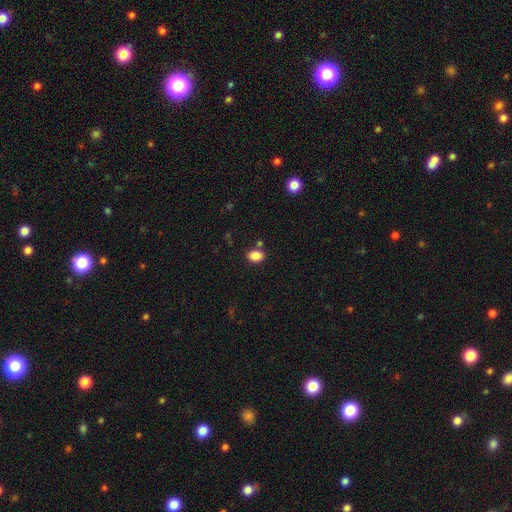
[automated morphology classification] The model was most divided on "how rounded": in between: 75%, round: 24%, cigar-shaped: 1%. More confident: smooth or featured — smooth (86%); merging — none (77%).